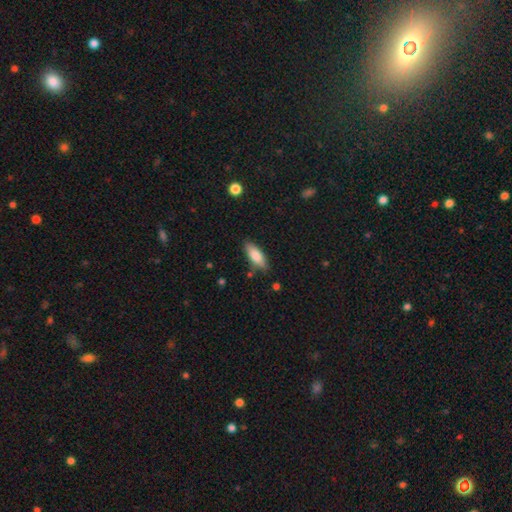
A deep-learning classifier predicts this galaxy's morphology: smooth 81%, featured or disk 13%, star or artifact 6%. Down the decision tree: how rounded — in between (69%); merging — none (83%).